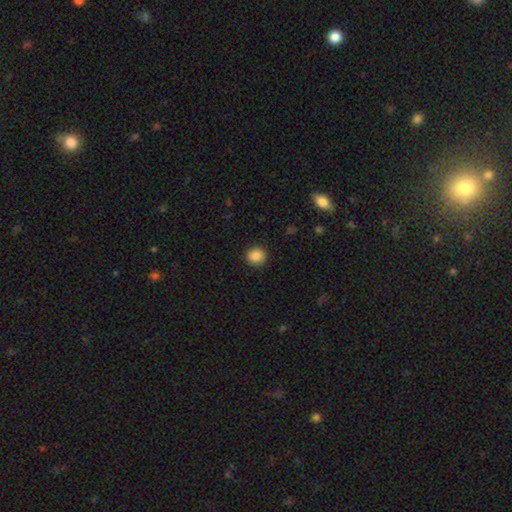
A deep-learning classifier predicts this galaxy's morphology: Overall: smooth (87%). How rounded: round (89%). Merging: none (91%).